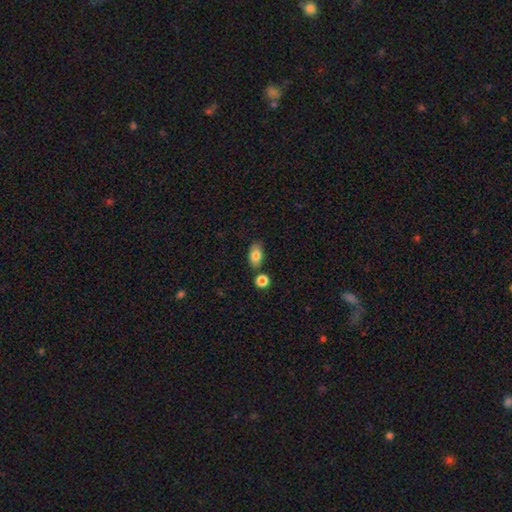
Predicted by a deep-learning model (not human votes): smooth 82%, featured or disk 10%, star or artifact 8%. Down the decision tree: how rounded — in between (90%); merging — none (75%).